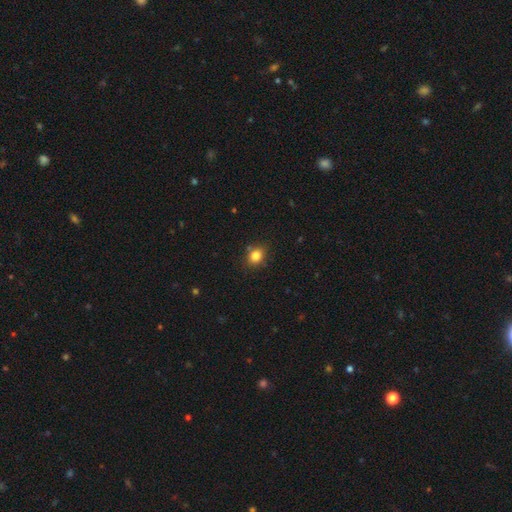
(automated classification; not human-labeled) A smooth galaxy with no disk features (82%) that is round (57%).

Vote fractions:
- Smooth or featured? smooth: 82% / star or artifact: 11% / featured or disk: 6%
- How rounded? round: 57% / in between: 42% / cigar-shaped: 1%
- Merging? none: 81% / minor disturbance: 12% / merger: 4% / major disturbance: 3%